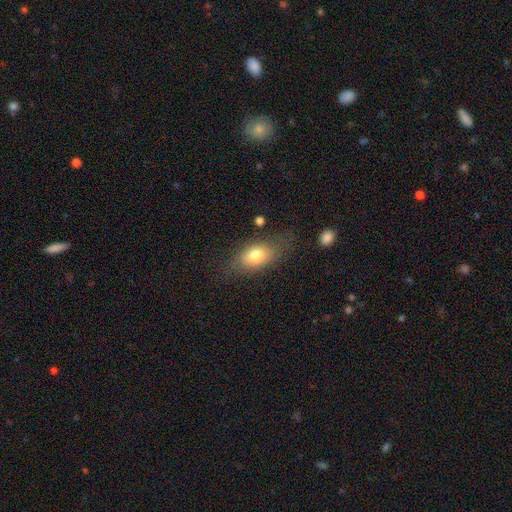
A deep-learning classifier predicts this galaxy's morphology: smooth-or-featured: smooth: 75% | featured or disk: 16% | star or artifact: 9%
  how-rounded: in between: 80% | round: 15% | cigar-shaped: 5%
  merging: none: 66% | minor disturbance: 20% | major disturbance: 10% | merger: 3%